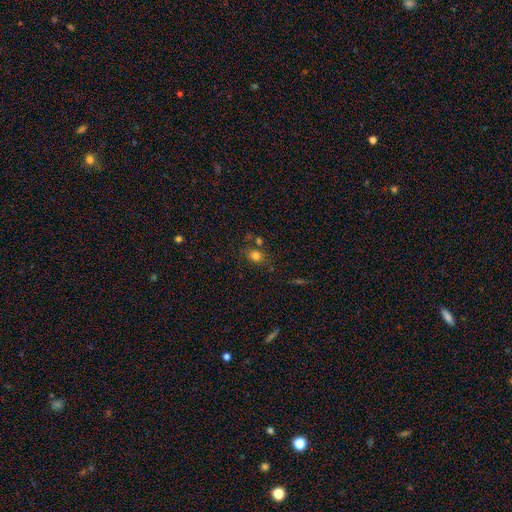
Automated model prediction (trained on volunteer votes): Q: Smooth or featured?
A: smooth (78%); runner-up: star or artifact (14%)
Q: How rounded?
A: in between (53%); runner-up: round (46%)
Q: Merging?
A: none (67%); runner-up: minor disturbance (15%)